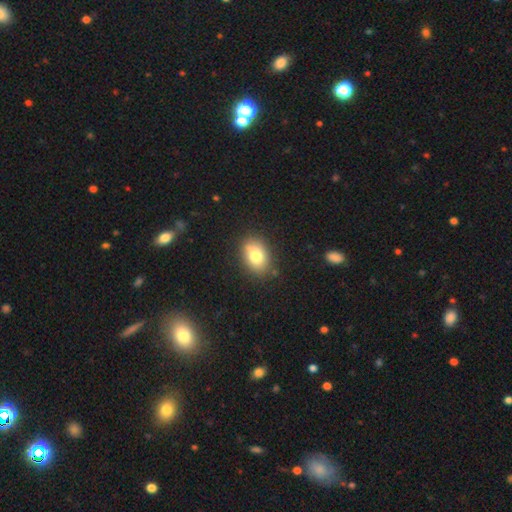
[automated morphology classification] A smooth galaxy with no disk features (78%) that is in between round and cigar-shaped (76%).

Vote fractions:
- Smooth or featured? smooth: 78% / featured or disk: 12% / star or artifact: 10%
- How rounded? in between: 76% / round: 22% / cigar-shaped: 1%
- Merging? none: 82% / minor disturbance: 13% / major disturbance: 3% / merger: 3%